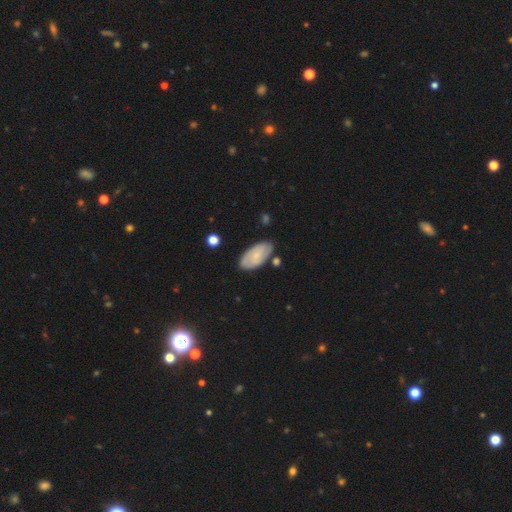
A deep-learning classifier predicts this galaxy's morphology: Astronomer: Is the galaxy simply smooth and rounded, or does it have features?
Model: smooth — 56% (runner-up: featured or disk, 37%).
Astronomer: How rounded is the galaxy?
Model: in between — 93%.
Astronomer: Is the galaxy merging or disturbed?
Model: none — 73%.